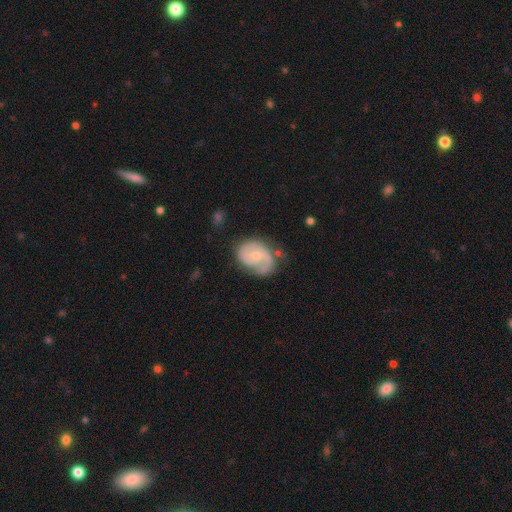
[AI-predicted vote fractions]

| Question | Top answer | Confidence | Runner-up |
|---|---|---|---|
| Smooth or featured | featured or disk | 77% | smooth (18%) |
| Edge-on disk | no | 98% | yes (2%) |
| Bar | no | 61% | weak (34%) |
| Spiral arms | yes | 91% | no (9%) |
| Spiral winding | medium | 43% | tight (40%) |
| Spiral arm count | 2 | 68% | 1 (16%) |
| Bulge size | small | 54% | moderate (42%) |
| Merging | none | 62% | minor disturbance (25%) |